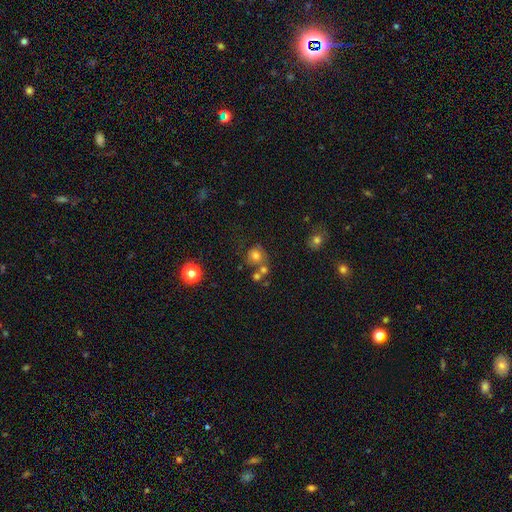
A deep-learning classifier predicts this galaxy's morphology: smooth-or-featured: smooth: 70% | star or artifact: 15% | featured or disk: 14%
  how-rounded: round: 82% | in between: 17% | cigar-shaped: 1%
  merging: none: 52% | merger: 26% | minor disturbance: 15% | major disturbance: 8%